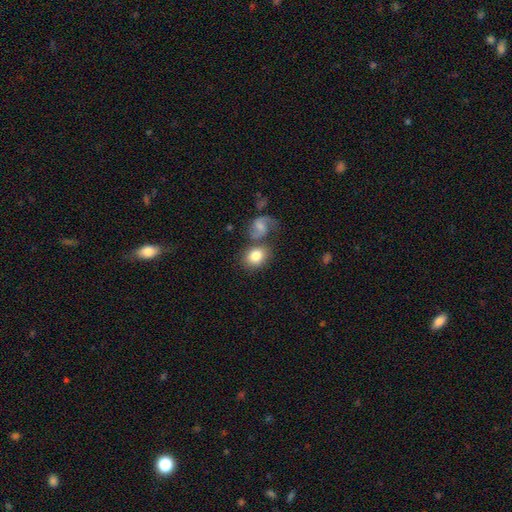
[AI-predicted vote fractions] This is likely a smooth galaxy (76%). How rounded: possibly in between (53%). Merging: possibly none (52%).